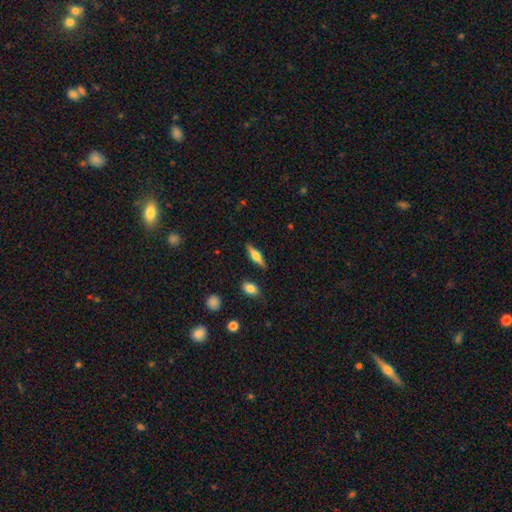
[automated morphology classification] Q: Smooth or featured?
A: featured or disk (50%); runner-up: smooth (43%)
Q: Edge-on disk?
A: yes (94%); runner-up: no (6%)
Q: Merging?
A: none (87%); runner-up: minor disturbance (9%)